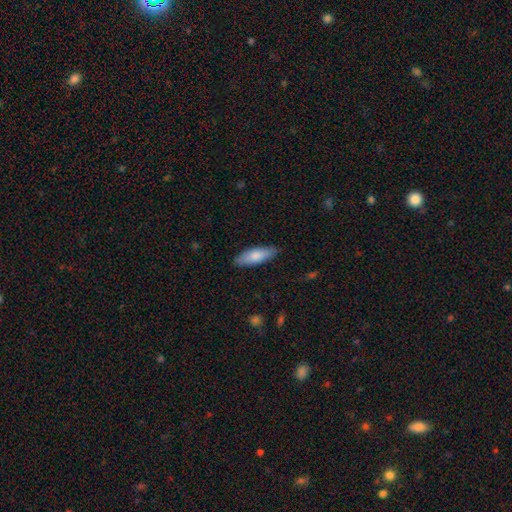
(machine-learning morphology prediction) A smooth galaxy with no disk features (78%) that is in between round and cigar-shaped (61%).

Vote fractions:
- Smooth or featured? smooth: 78% / featured or disk: 16% / star or artifact: 5%
- How rounded? in between: 61% / cigar-shaped: 37% / round: 2%
- Merging? none: 85% / minor disturbance: 12% / major disturbance: 2% / merger: 1%